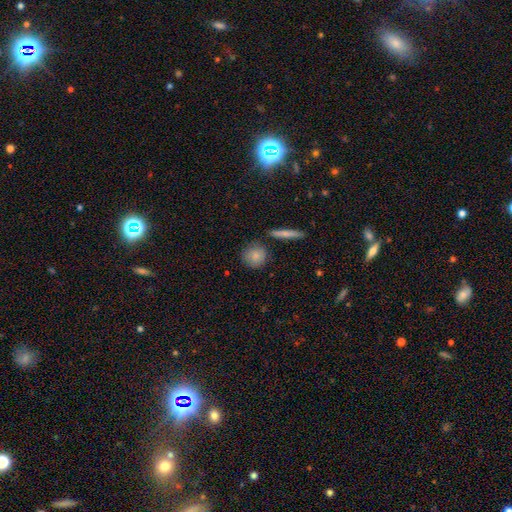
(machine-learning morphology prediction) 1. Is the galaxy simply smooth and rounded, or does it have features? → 83% smooth, 10% featured or disk, 7% star or artifact.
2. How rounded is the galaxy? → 83% round, 14% in between, 3% cigar-shaped.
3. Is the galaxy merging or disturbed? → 78% none, 13% minor disturbance, 5% merger, 3% major disturbance.